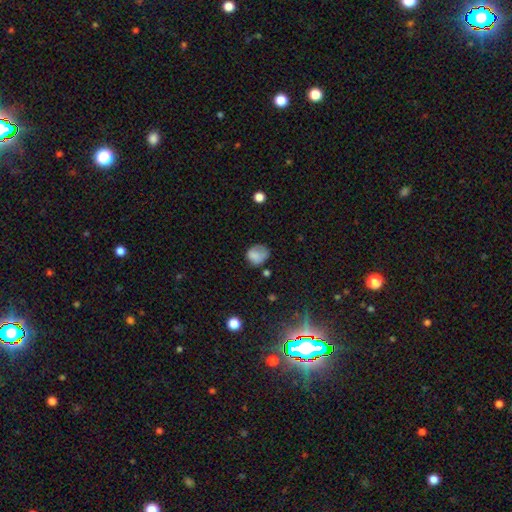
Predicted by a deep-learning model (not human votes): A smooth galaxy with no disk features (77%) that is round (62%).

Vote fractions:
- Smooth or featured? smooth: 77% / featured or disk: 12% / star or artifact: 11%
- How rounded? round: 62% / in between: 37% / cigar-shaped: 1%
- Merging? none: 55% / minor disturbance: 29% / major disturbance: 13% / merger: 3%